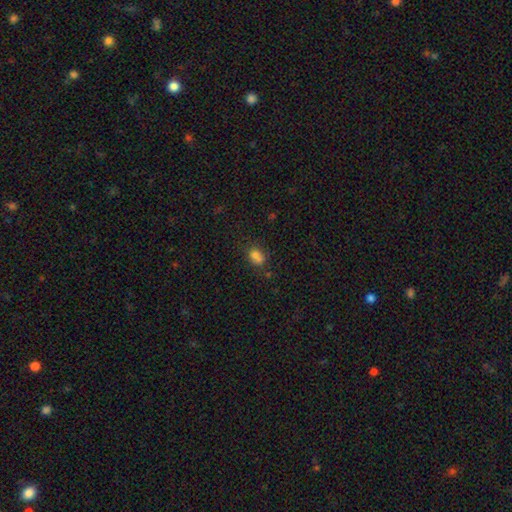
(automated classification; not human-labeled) The model was most divided on "merging": none: 43%, merger: 38%, minor disturbance: 14%, major disturbance: 5%. More confident: smooth or featured — smooth (72%); how rounded — round (53%).